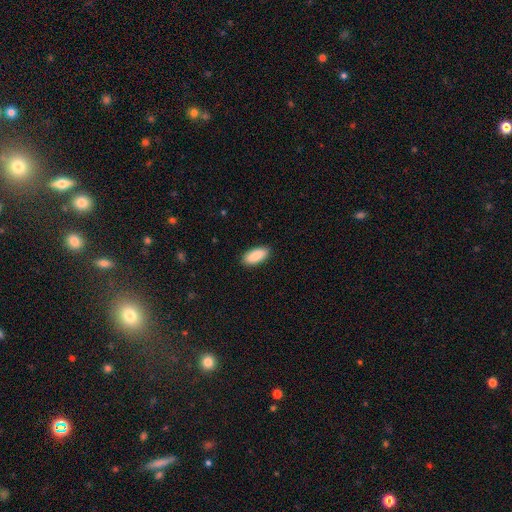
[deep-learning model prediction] A smooth galaxy with no disk features (90%) that is in between round and cigar-shaped (90%). Merging: none (90%).